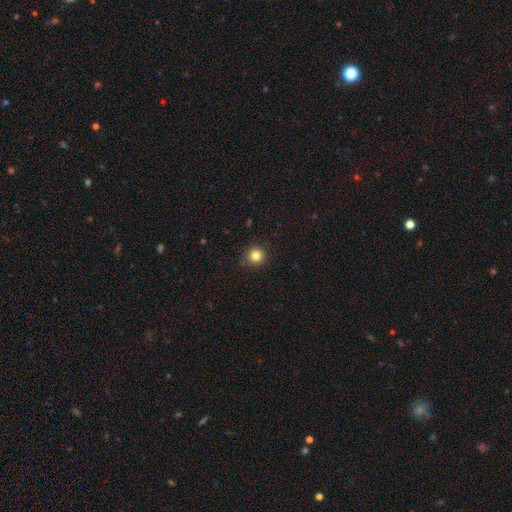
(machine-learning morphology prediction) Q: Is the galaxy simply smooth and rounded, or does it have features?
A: smooth — 83%.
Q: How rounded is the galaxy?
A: round — 94%.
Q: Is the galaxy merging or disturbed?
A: none — 90%.